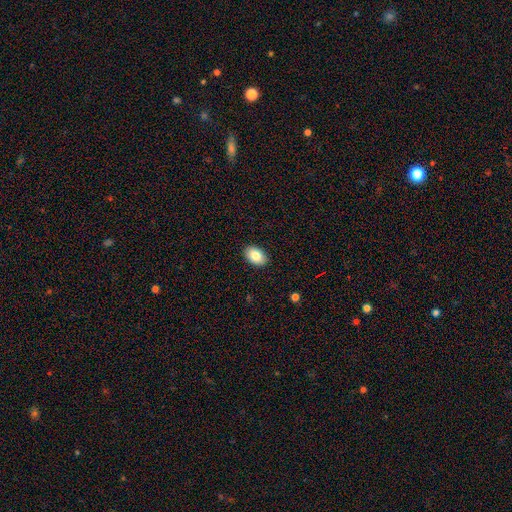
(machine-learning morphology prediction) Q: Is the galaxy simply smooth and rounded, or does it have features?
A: smooth — 85%.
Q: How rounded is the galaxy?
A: in between — 89%.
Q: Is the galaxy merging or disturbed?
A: none — 90%.